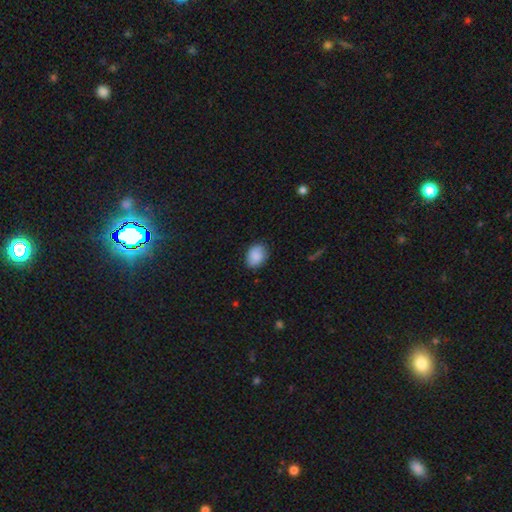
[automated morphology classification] smooth-or-featured: smooth: 87% | star or artifact: 7% | featured or disk: 5%
  how-rounded: in between: 63% | round: 36% | cigar-shaped: 1%
  merging: none: 81% | minor disturbance: 15% | major disturbance: 3% | merger: 1%